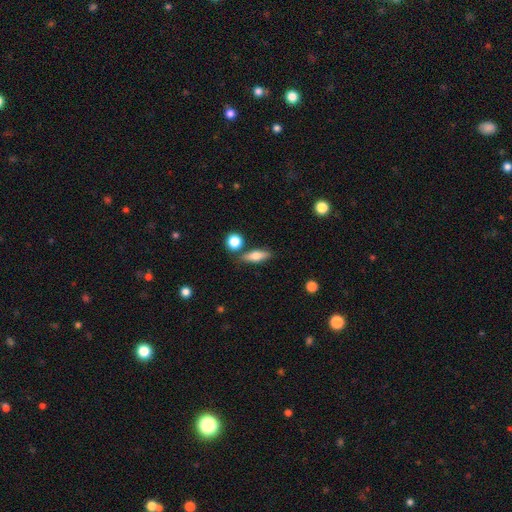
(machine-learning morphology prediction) smooth_or_featured: smooth (p=0.64) [alt: featured or disk p=0.28]
how_rounded: in between (p=0.52) [alt: cigar-shaped p=0.41]
merging: none (p=0.78) [alt: minor disturbance p=0.11]